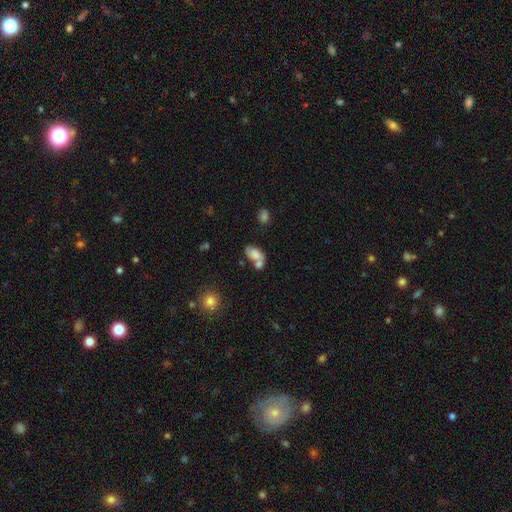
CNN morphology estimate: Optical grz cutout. It shows a smooth galaxy with no disk features (66%) that is in between round and cigar-shaped (88%). Merging: merger (51%).